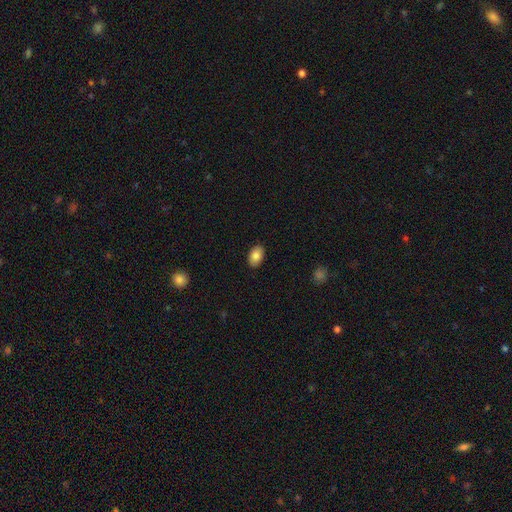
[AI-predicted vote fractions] Smooth or featured: smooth — 85% (featured or disk — 8%)
How rounded: in between — 91% (round — 8%)
Merging: none — 89% (minor disturbance — 8%)